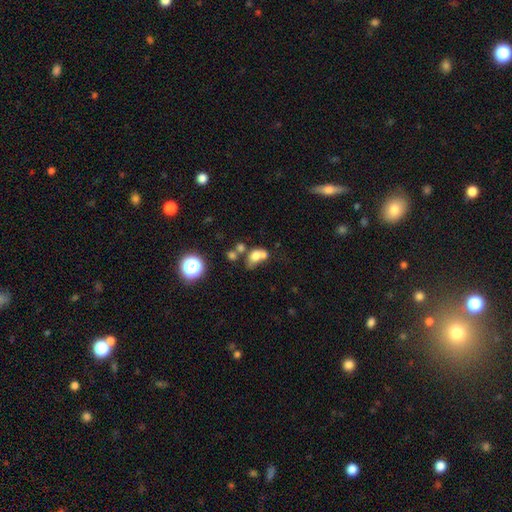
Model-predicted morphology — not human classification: The model was most divided on "merging": merger: 51%, none: 25%, minor disturbance: 13%, major disturbance: 11%. More confident: smooth or featured — smooth (68%); how rounded — in between (62%).